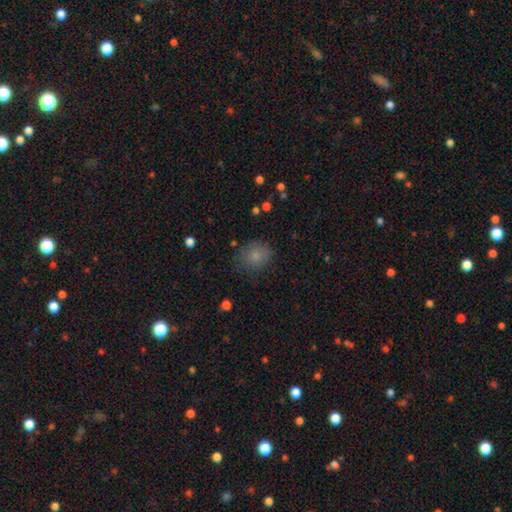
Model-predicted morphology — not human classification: type=smooth (79%); roundness=round (66%); merging=none (72%).